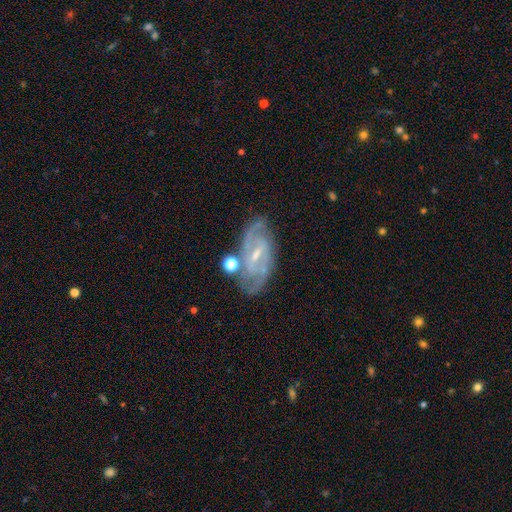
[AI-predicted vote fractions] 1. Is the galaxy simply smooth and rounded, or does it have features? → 84% featured or disk, 9% smooth, 7% star or artifact.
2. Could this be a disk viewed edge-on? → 94% no, 6% yes.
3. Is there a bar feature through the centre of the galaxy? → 45% weak, 39% strong, 16% no.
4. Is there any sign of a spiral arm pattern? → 94% yes, 6% no.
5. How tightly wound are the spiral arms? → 44% tight (tied), 44% medium (tied), 12% loose.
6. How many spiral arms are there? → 70% 2, 14% can't tell, 9% 3, 3% 1, 3% 4, 2% more than 4.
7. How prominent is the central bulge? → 69% small, 24% moderate, 5% none, 1% large, 1% dominant.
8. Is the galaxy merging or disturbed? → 71% none, 16% minor disturbance, 7% merger, 6% major disturbance.